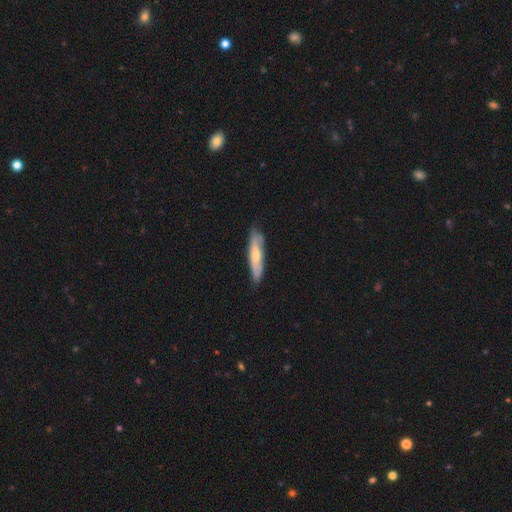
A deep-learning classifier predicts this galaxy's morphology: type=smooth (58%); roundness=cigar-shaped (83%); merging=none (79%).